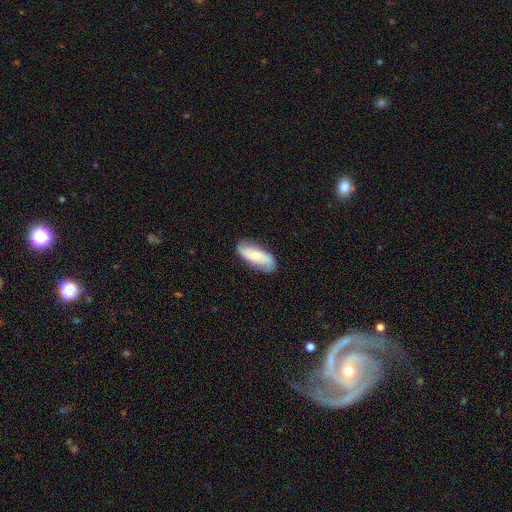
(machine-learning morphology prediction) This appears to be a featured or disk galaxy (49%). Merging: none (79%).